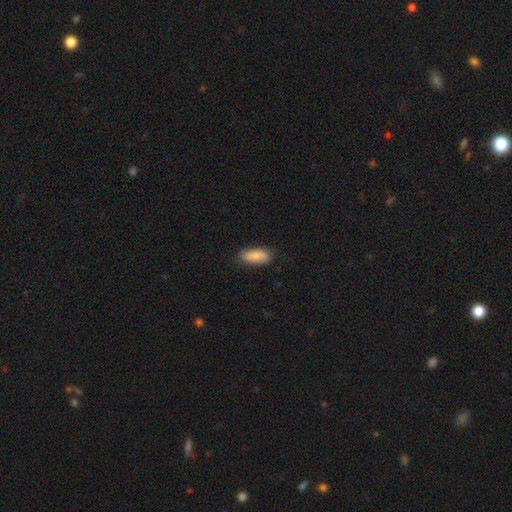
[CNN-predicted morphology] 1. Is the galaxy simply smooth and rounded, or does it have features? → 85% smooth, 9% featured or disk, 6% star or artifact.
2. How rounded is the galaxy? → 81% in between, 17% cigar-shaped, 2% round.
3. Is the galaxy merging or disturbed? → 79% none, 17% minor disturbance, 3% major disturbance, 1% merger.